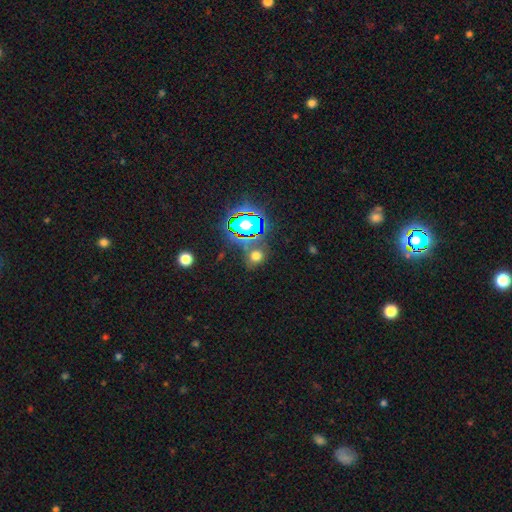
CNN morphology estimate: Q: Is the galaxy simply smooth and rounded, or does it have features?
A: smooth — 57%.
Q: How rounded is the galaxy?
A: round — 68%.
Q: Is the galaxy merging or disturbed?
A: none — 74%.